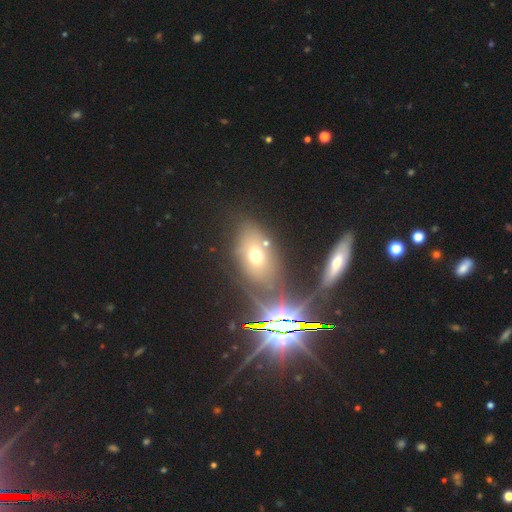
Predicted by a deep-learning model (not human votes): A smooth galaxy with no disk features (54%) that is in between round and cigar-shaped (80%).

Vote fractions:
- Smooth or featured? smooth: 54% / star or artifact: 27% / featured or disk: 19%
- How rounded? in between: 80% / round: 16% / cigar-shaped: 4%
- Merging? none: 68% / minor disturbance: 13% / merger: 12% / major disturbance: 7%